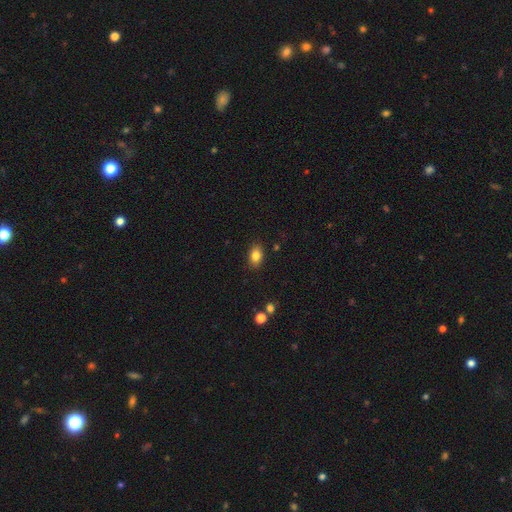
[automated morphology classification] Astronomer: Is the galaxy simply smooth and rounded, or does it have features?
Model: smooth — 83%.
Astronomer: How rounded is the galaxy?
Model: in between — 80%.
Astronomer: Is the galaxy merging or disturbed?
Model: none — 86%.